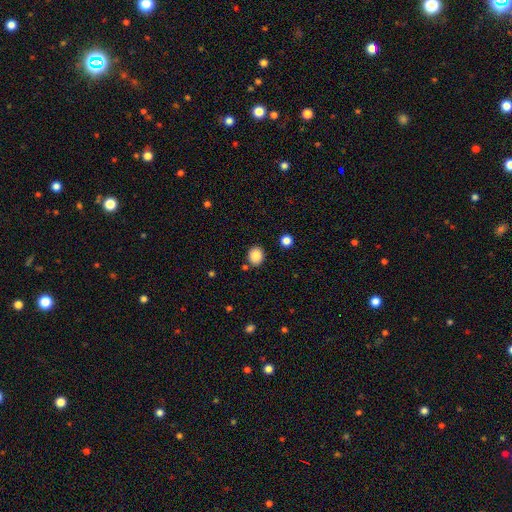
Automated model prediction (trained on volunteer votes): Smooth or featured? smooth (87%)
How rounded? round (71%)
Merging? none (84%)